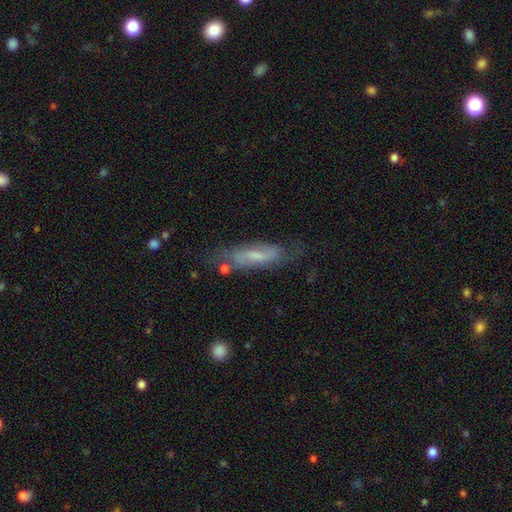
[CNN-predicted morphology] This is possibly a featured or disk galaxy (57%). It is likely not viewed edge-on (67%). Merging: likely none (65%).